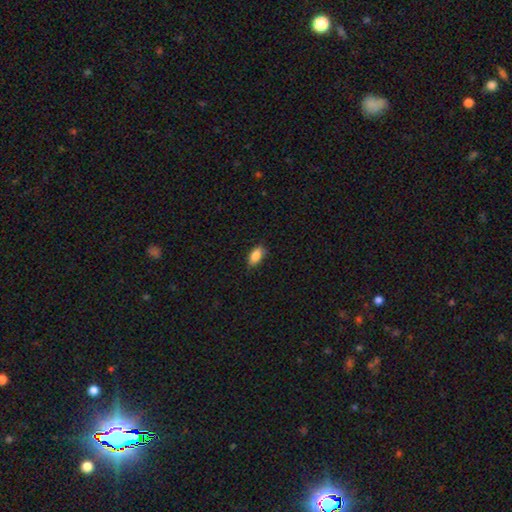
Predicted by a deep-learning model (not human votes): Smooth or featured: smooth — 85% (star or artifact — 8%)
How rounded: in between — 88% (cigar-shaped — 8%)
Merging: none — 76% (minor disturbance — 20%)